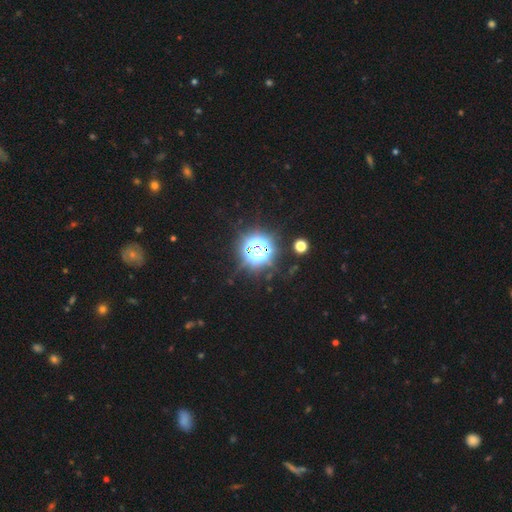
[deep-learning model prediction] Smooth or featured? star or artifact (77%)